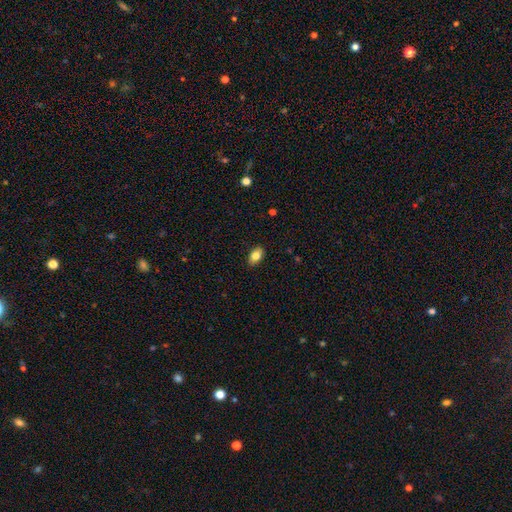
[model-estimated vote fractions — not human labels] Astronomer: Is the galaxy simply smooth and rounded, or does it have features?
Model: smooth — 83%.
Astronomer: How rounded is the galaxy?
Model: in between — 88%.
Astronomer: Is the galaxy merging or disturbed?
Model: none — 88%.